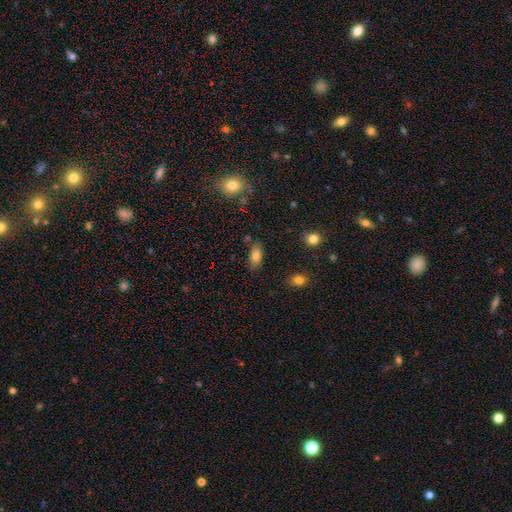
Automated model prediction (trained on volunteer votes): A smooth galaxy with no disk features (82%) that is in between round and cigar-shaped (89%). Merging: none (78%).